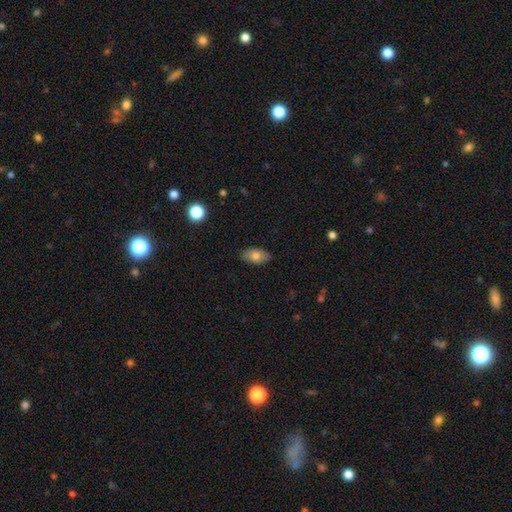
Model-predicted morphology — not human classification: This is likely a smooth galaxy (77%). How rounded: clearly in between (92%). Merging: clearly none (87%).